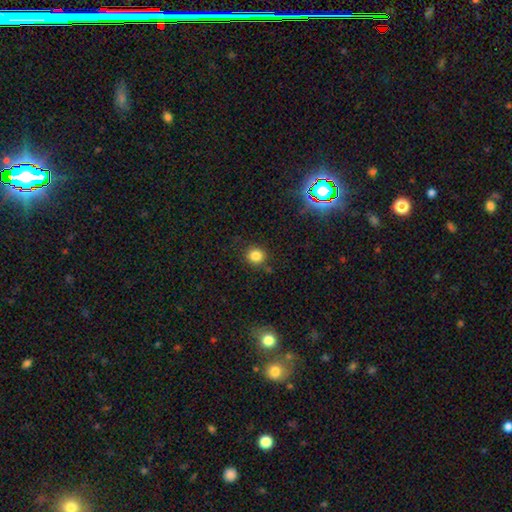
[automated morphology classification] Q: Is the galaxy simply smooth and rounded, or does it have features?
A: smooth — 83%.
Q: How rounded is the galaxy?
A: round — 87%.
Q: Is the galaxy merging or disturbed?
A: none — 84%.